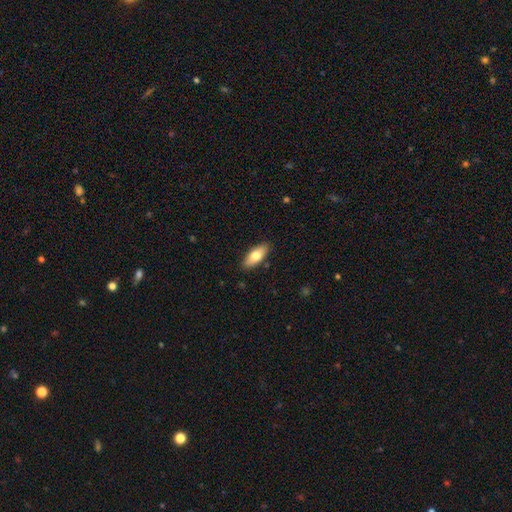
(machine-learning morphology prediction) smooth_or_featured: smooth (p=0.73) [alt: featured or disk p=0.21]
how_rounded: in between (p=0.81) [alt: cigar-shaped p=0.17]
merging: none (p=0.87) [alt: minor disturbance p=0.10]